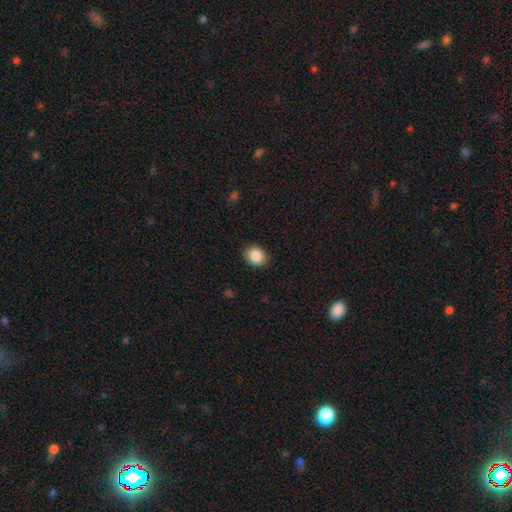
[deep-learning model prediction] A smooth galaxy with no disk features (88%) that is round (51%). Merging: none (88%).